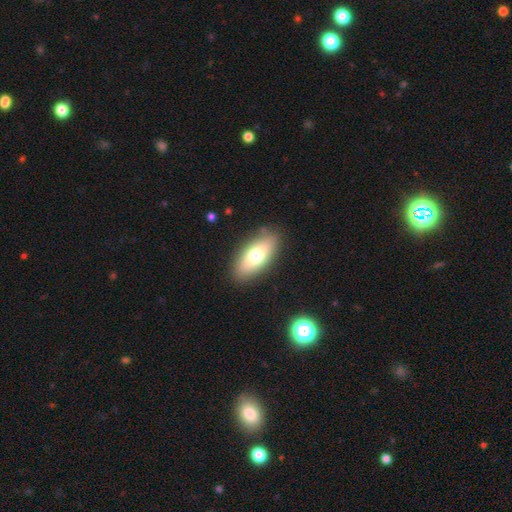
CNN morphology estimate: Smooth or featured? Predicted: smooth (p=0.70). How rounded? Predicted: in between (p=0.84). Merging? Predicted: none (p=0.86).